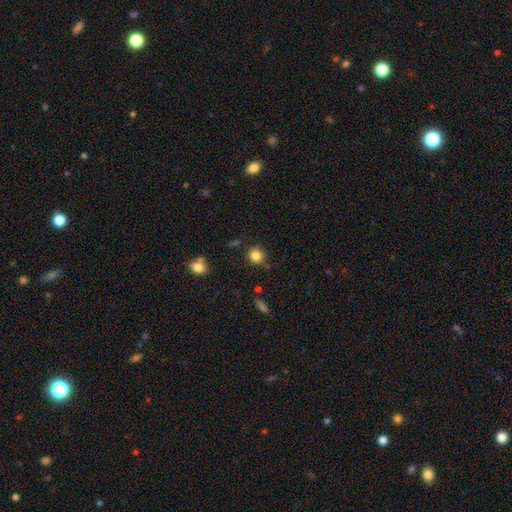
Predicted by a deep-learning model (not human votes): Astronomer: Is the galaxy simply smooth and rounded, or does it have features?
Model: smooth — 83%.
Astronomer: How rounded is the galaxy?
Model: round — 90%.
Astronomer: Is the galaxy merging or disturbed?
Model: none — 82%.